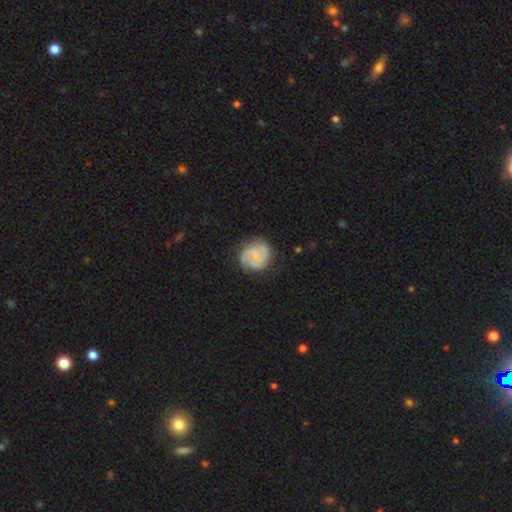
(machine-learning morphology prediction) smooth_or_featured: featured or disk (p=0.69) [alt: smooth p=0.25]
disk_edge_on: no (p=0.98) [alt: yes p=0.02]
bar: no (p=0.55) [alt: weak p=0.38]
has_spiral_arms: yes (p=0.92) [alt: no p=0.08]
spiral_winding: tight (p=0.47) [alt: medium p=0.41]
spiral_arm_count: 2 (p=0.43) [alt: 3 p=0.23]
bulge_size: small (p=0.50) [alt: none p=0.35]
merging: none (p=0.75) [alt: minor disturbance p=0.17]